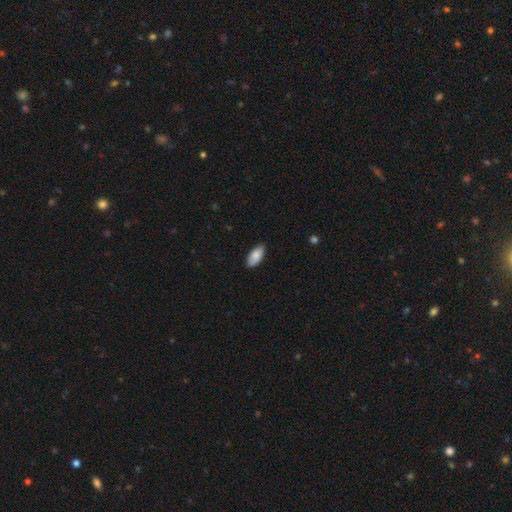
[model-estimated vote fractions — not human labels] Overall: smooth (83%). How rounded: in between (90%). Merging: none (85%).